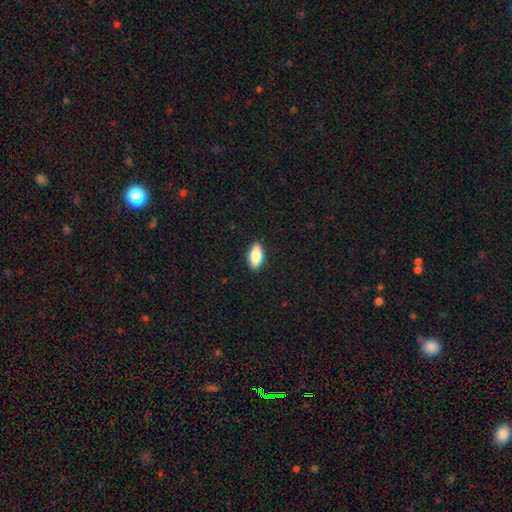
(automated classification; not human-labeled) Smooth or featured: smooth — 82% (featured or disk — 12%)
How rounded: in between — 87% (cigar-shaped — 9%)
Merging: none — 89% (minor disturbance — 8%)